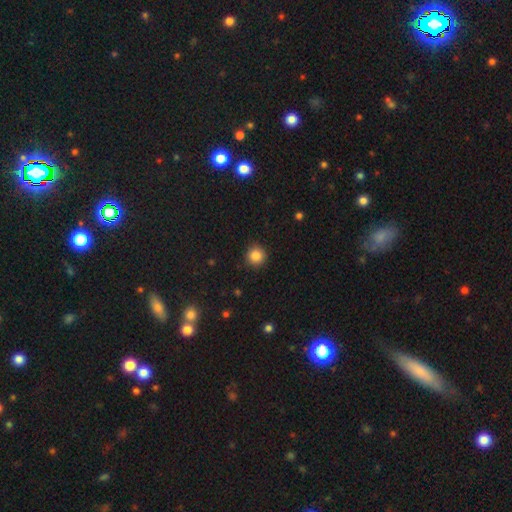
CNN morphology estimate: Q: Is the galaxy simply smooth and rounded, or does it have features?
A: smooth — 86%.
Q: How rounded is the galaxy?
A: round — 94%.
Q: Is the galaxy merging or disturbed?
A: none — 90%.